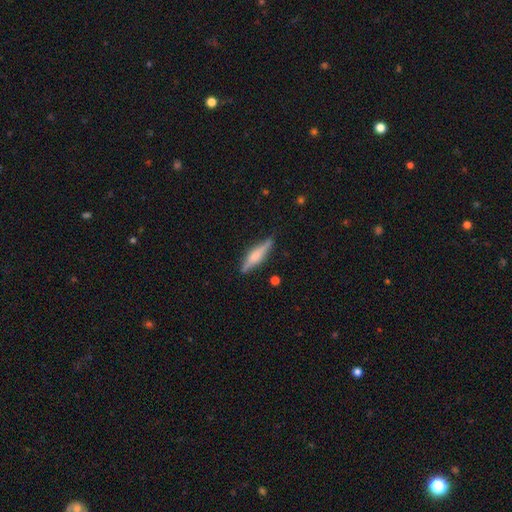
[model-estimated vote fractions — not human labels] A featured or disk galaxy (52%) viewed edge-on (96%). Merging: none (86%).